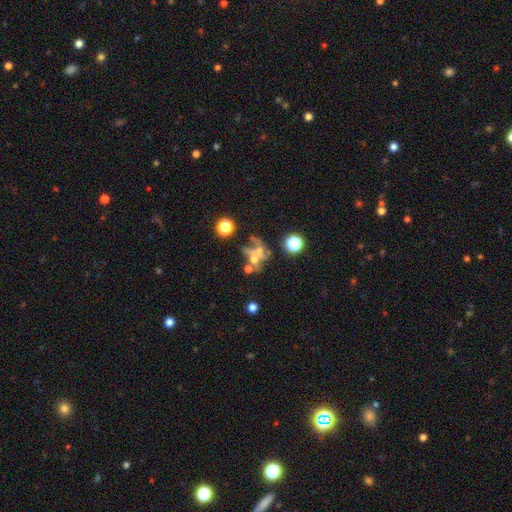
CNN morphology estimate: featured or disk 42%, smooth 31%, star or artifact 27%. Down the decision tree: merging — major disturbance (29%, tied with merger and none).